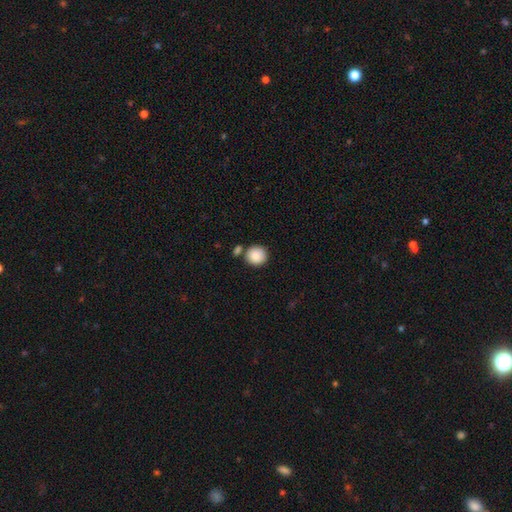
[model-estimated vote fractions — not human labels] Smooth or featured?
  - smooth: 88% *
  - star or artifact: 8%
  - featured or disk: 4%
How rounded?
  - round: 87% *
  - in between: 12%
  - cigar-shaped: 1%
Merging?
  - none: 71% *
  - merger: 15%
  - minor disturbance: 11%
  - major disturbance: 3%